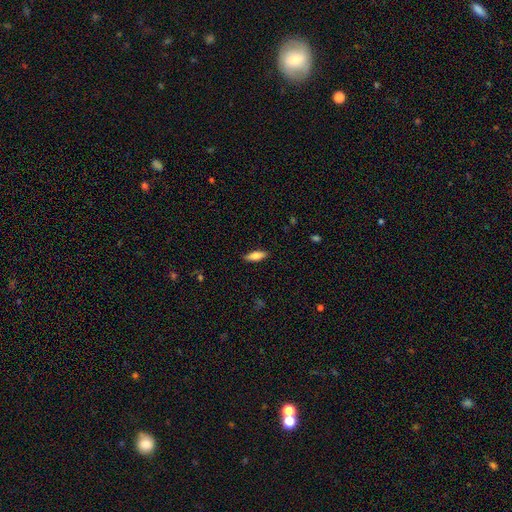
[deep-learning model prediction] Smooth or featured? smooth (74%)
How rounded? in between (61%)
Merging? none (88%)